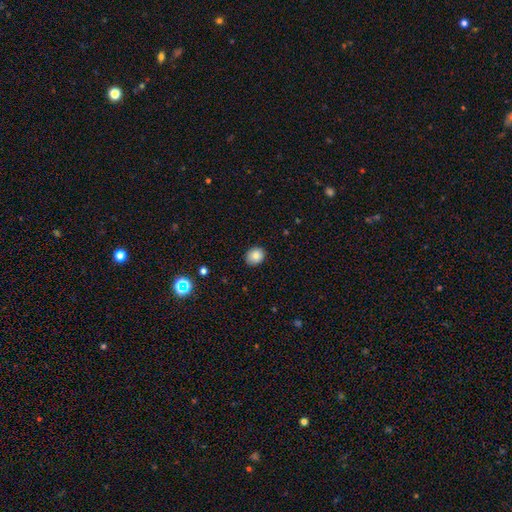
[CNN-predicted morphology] The model was most divided on "how rounded": round: 69%, in between: 30%, cigar-shaped: 1%. More confident: merging — none (87%); smooth or featured — smooth (84%).